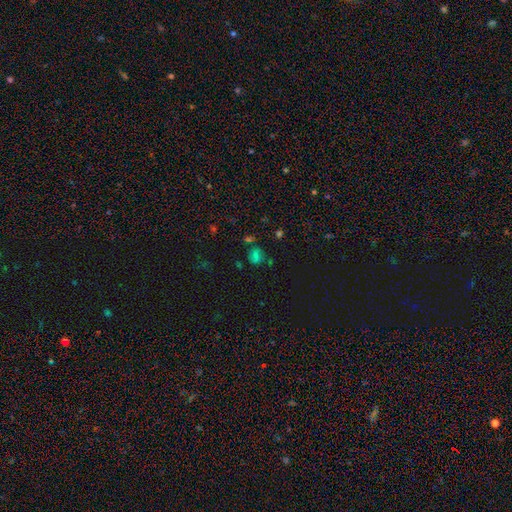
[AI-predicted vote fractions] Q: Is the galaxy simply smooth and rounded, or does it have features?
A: smooth — 49%.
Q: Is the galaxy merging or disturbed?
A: none — 66%.